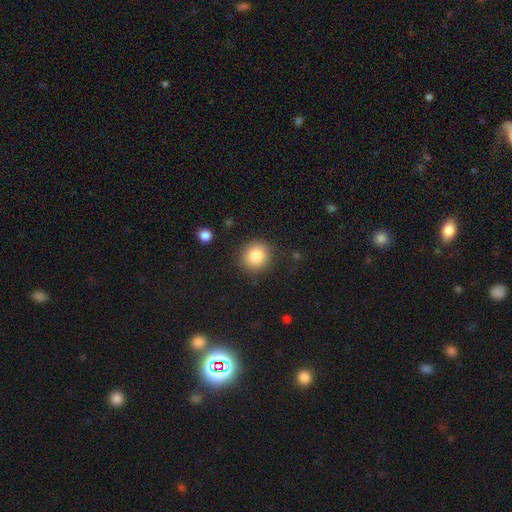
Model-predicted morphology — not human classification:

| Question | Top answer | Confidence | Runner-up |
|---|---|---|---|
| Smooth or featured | smooth | 84% | star or artifact (9%) |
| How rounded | round | 89% | in between (10%) |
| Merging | none | 87% | minor disturbance (9%) |